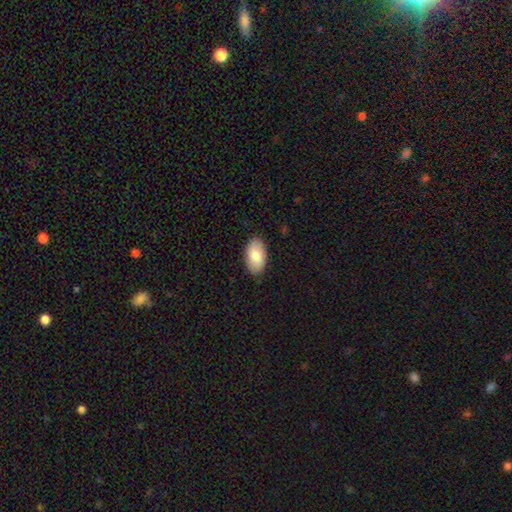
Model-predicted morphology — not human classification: This is clearly a smooth galaxy (83%). How rounded: clearly in between (96%). Merging: clearly none (89%).